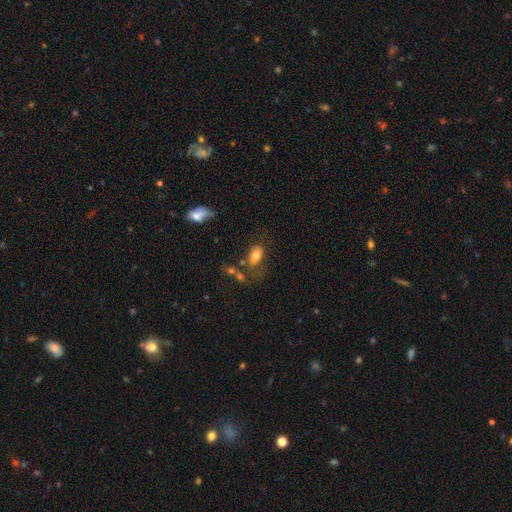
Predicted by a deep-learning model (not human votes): This appears to be a smooth galaxy with no disk features (76%) that is in between round and cigar-shaped (88%). Merging: none (50%).